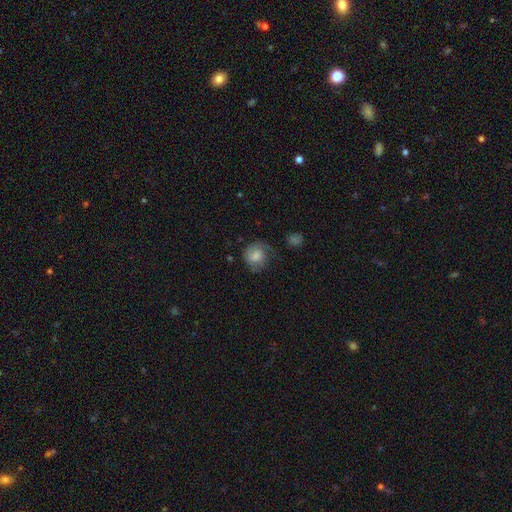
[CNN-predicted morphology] type=smooth (52%); roundness=round (76%); merging=none (51%).